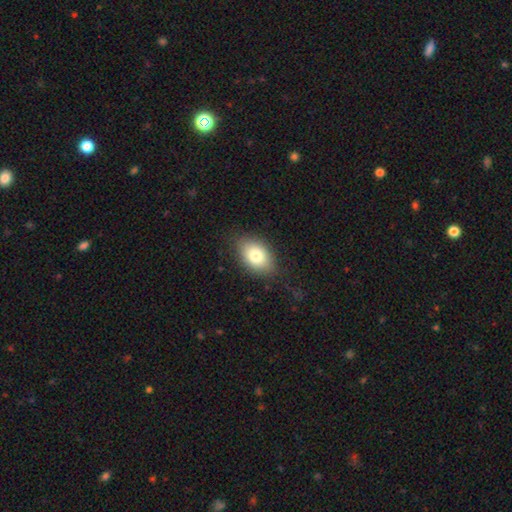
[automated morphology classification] smooth 79%, featured or disk 12%, star or artifact 8%. Down the decision tree: how rounded — in between (85%); merging — none (82%).